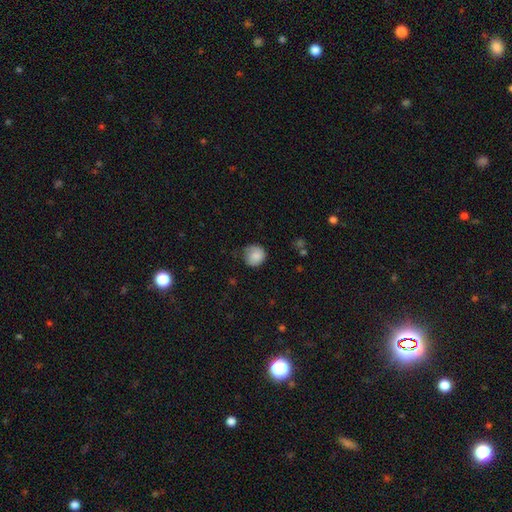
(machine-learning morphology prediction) A smooth galaxy with no disk features (83%) that is round (86%). Merging: none (63%).